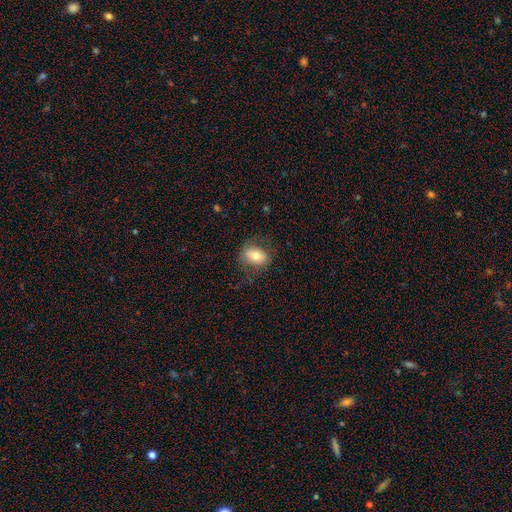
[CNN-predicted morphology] Smooth or featured? Predicted: smooth (p=0.65). How rounded? Predicted: in between (p=0.76). Merging? Predicted: none (p=0.70).